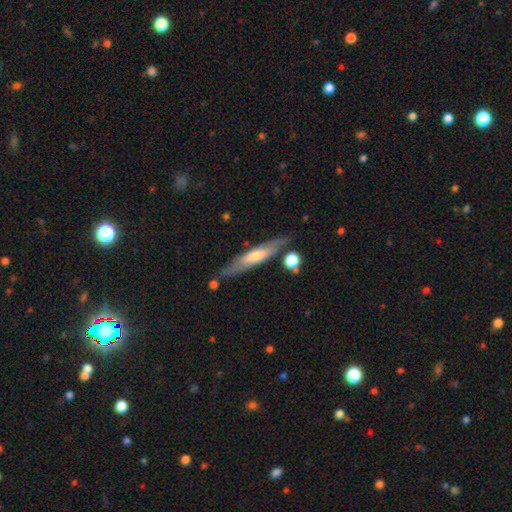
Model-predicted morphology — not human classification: A featured or disk galaxy (59%) viewed edge-on (75%). Merging: none (77%).